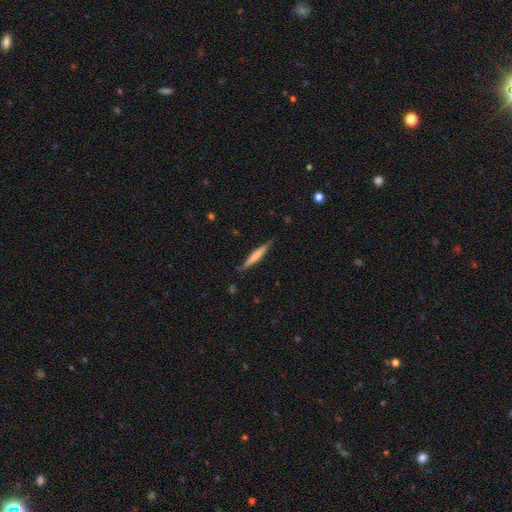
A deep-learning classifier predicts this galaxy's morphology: Smooth or featured? smooth (58%)
How rounded? cigar-shaped (93%)
Merging? none (82%)